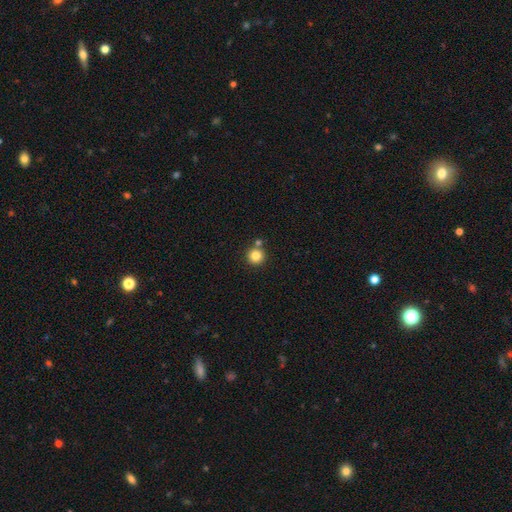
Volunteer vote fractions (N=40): Overall: smooth (88%). How rounded: round (100%). Merging: none (81%).